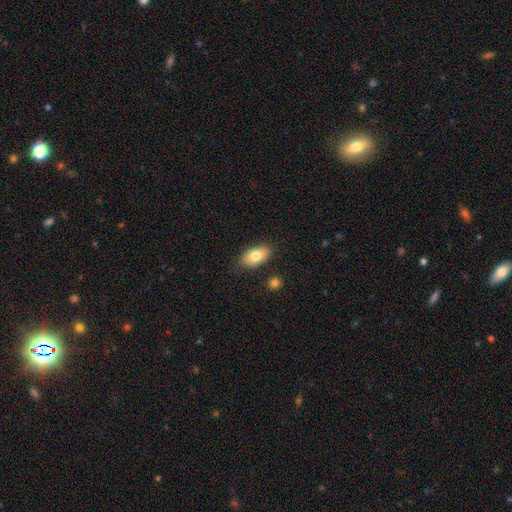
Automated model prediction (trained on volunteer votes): smooth-or-featured: smooth: 79% | featured or disk: 14% | star or artifact: 7%
  how-rounded: in between: 92% | round: 5% | cigar-shaped: 3%
  merging: none: 83% | minor disturbance: 12% | merger: 3% | major disturbance: 3%